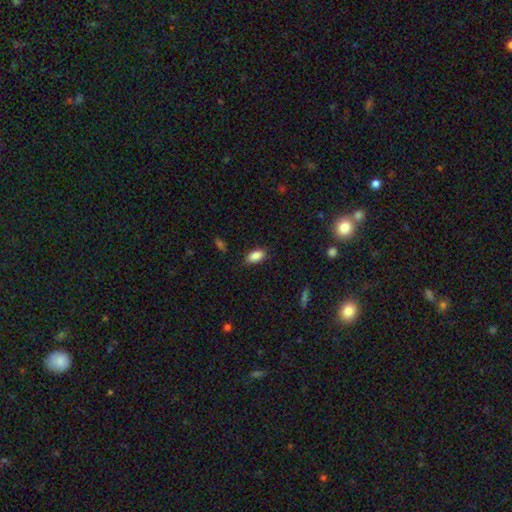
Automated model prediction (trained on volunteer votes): smooth_or_featured: smooth (p=0.87) [alt: star or artifact p=0.08]
how_rounded: in between (p=0.91) [alt: cigar-shaped p=0.05]
merging: none (p=0.83) [alt: minor disturbance p=0.13]